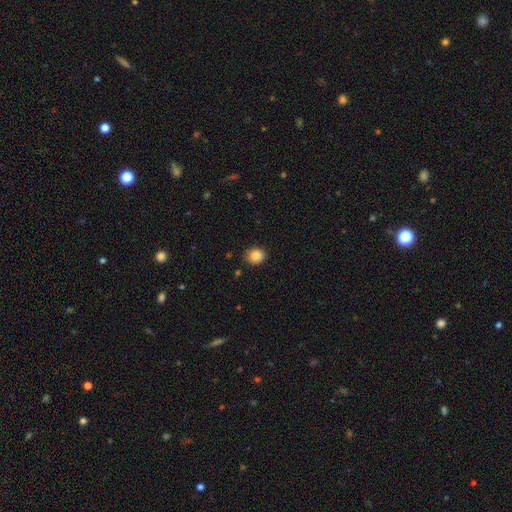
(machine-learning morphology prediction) This appears to be a smooth galaxy with no disk features (87%) that is round (75%). Merging: none (85%).